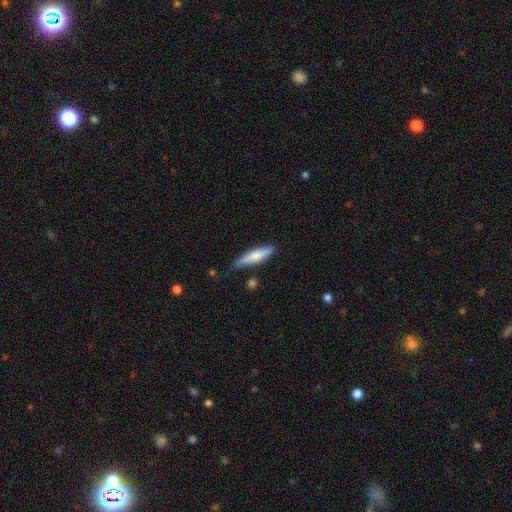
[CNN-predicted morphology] Overall: smooth (69%). How rounded: cigar-shaped (75%). Merging: none (66%; minor disturbance 26%).